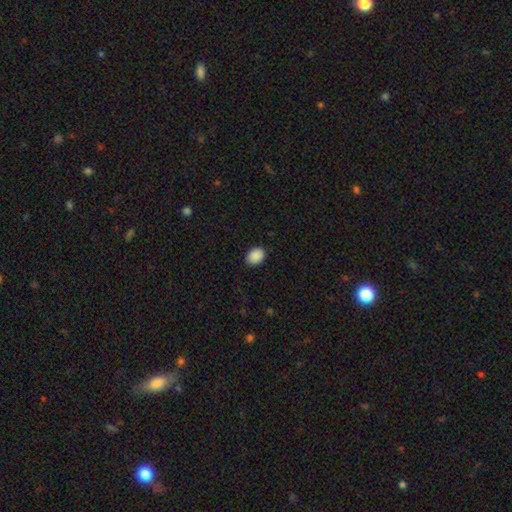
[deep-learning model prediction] Smooth or featured?
  - smooth: 90% *
  - star or artifact: 8%
  - featured or disk: 2%
How rounded?
  - in between: 66% *
  - round: 33%
  - cigar-shaped: 1%
Merging?
  - none: 88% *
  - minor disturbance: 9%
  - major disturbance: 2%
  - merger: 1%